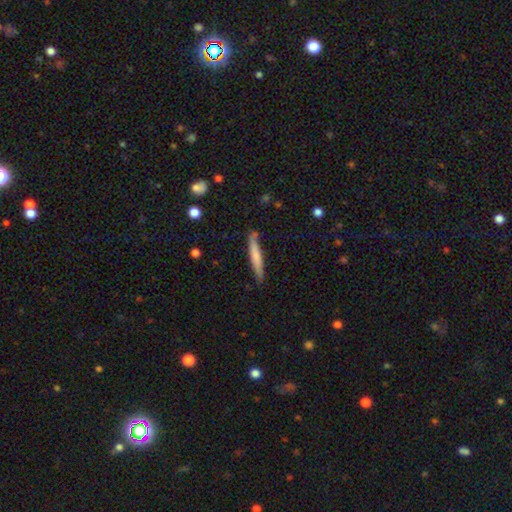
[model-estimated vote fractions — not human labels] The model was most divided on "smooth or featured": smooth: 66%, featured or disk: 28%, star or artifact: 5%. More confident: how rounded — cigar-shaped (94%); merging — none (82%).